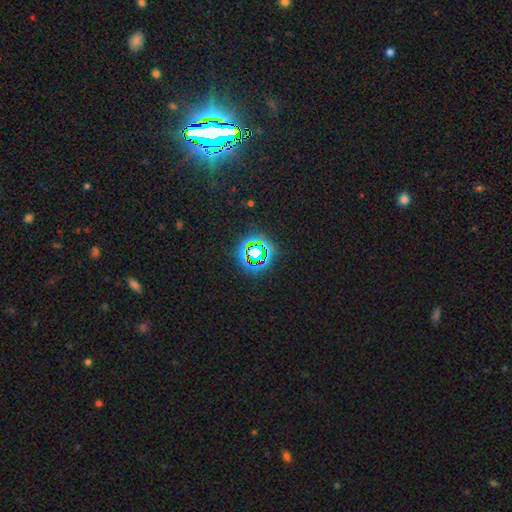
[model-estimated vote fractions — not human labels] smooth-or-featured: star or artifact: 73% | smooth: 17% | featured or disk: 10%